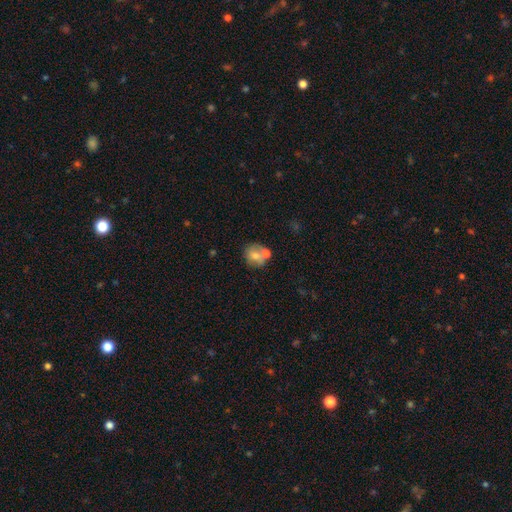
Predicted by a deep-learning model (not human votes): Smooth or featured?
  - smooth: 66% *
  - featured or disk: 25%
  - star or artifact: 9%
How rounded?
  - round: 73% *
  - in between: 26%
  - cigar-shaped: 1%
Merging?
  - none: 49% *
  - merger: 33%
  - minor disturbance: 13%
  - major disturbance: 5%